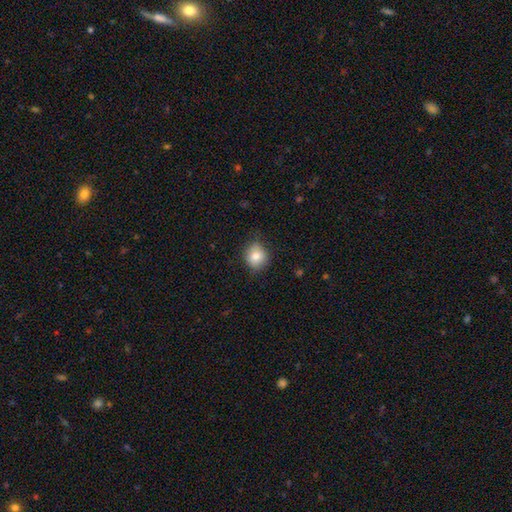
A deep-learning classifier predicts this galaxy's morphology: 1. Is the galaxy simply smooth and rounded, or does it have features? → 80% smooth, 10% featured or disk, 9% star or artifact.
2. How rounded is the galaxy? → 76% round, 23% in between, 1% cigar-shaped.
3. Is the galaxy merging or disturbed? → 80% none, 16% minor disturbance, 3% major disturbance, 1% merger.